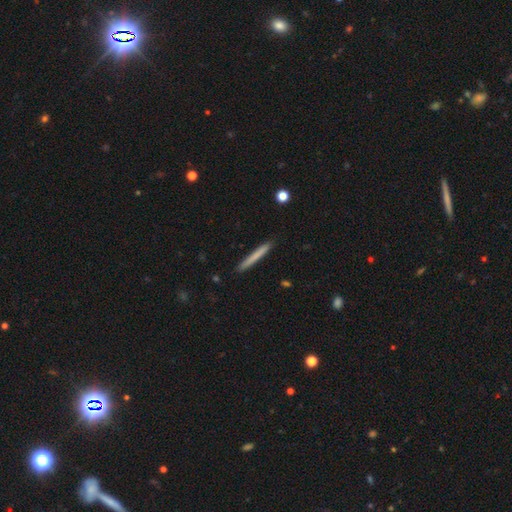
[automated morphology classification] This is likely a smooth galaxy (70%). How rounded: clearly cigar-shaped (97%). Merging: clearly none (91%).